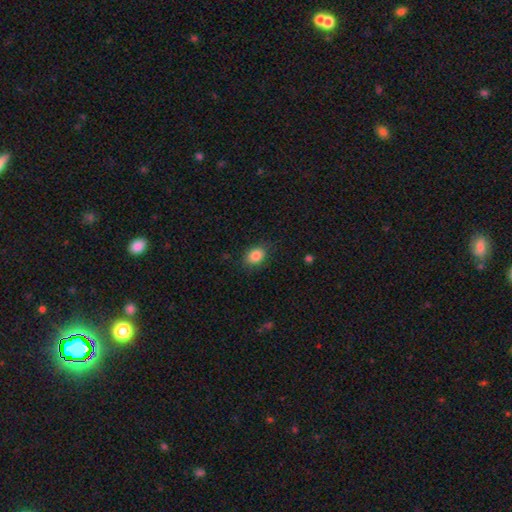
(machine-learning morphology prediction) This is clearly a smooth galaxy (86%). How rounded: likely in between (72%). Merging: clearly none (82%).